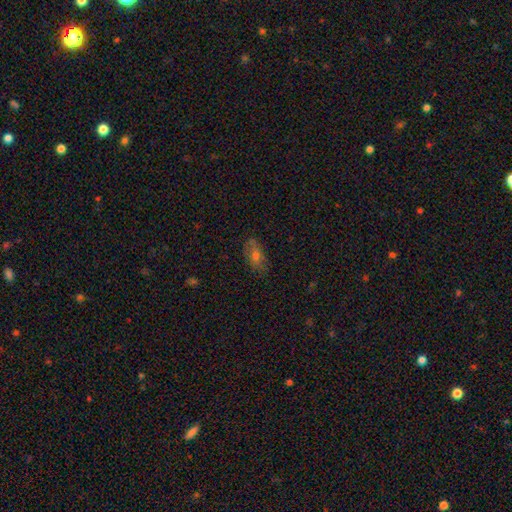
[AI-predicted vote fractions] This is possibly a smooth galaxy (58%). How rounded: clearly in between (84%). Merging: likely none (79%).